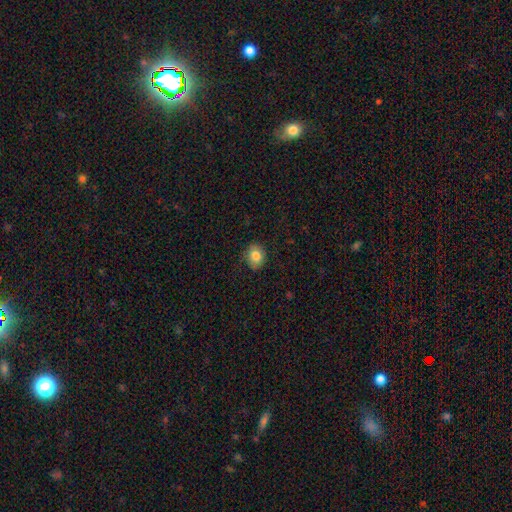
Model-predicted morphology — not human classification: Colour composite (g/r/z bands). It shows a smooth galaxy with no disk features (82%) that is round (58%). Merging: none (84%).